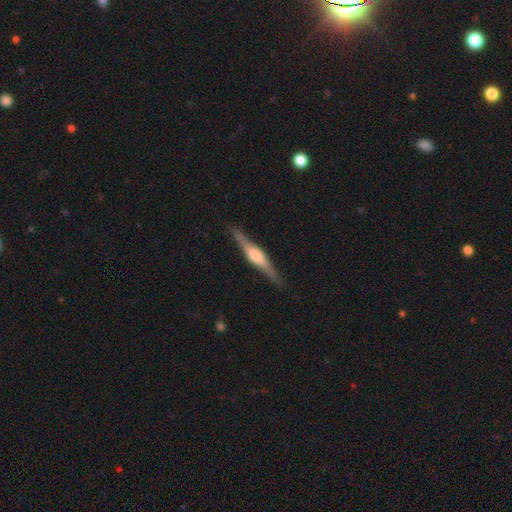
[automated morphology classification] The model was most divided on "edge-on bulge": rounded: 65%, boxy: 29%, none: 6%. More confident: edge-on disk — yes (97%); merging — none (87%); smooth or featured — featured or disk (71%).